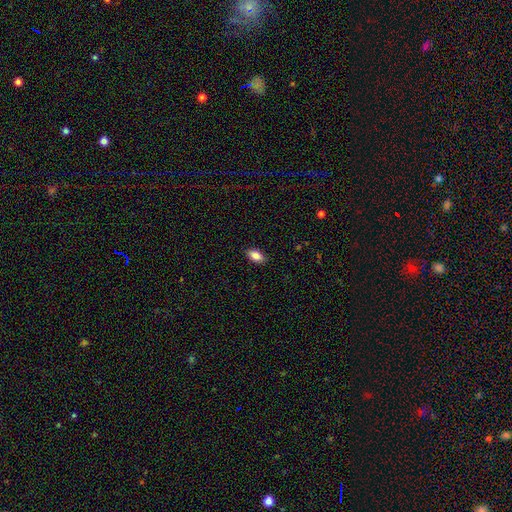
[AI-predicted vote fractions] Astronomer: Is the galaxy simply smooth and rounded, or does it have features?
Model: smooth — 84%.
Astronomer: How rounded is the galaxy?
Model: in between — 90%.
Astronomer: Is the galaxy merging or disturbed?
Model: none — 89%.